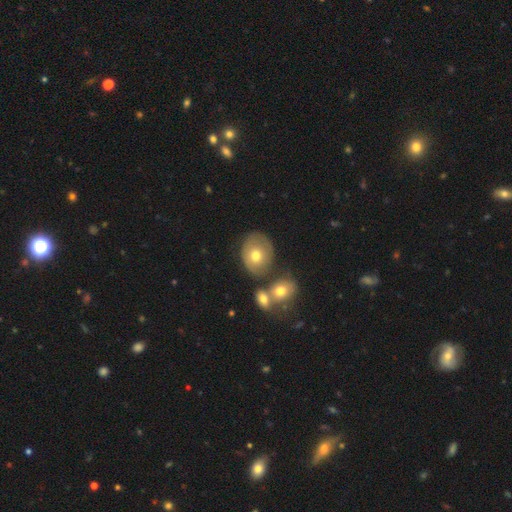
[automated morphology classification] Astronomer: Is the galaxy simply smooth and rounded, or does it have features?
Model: smooth — 60%.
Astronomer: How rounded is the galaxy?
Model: round — 53% (runner-up: in between, 46%).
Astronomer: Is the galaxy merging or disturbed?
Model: none — 56%.